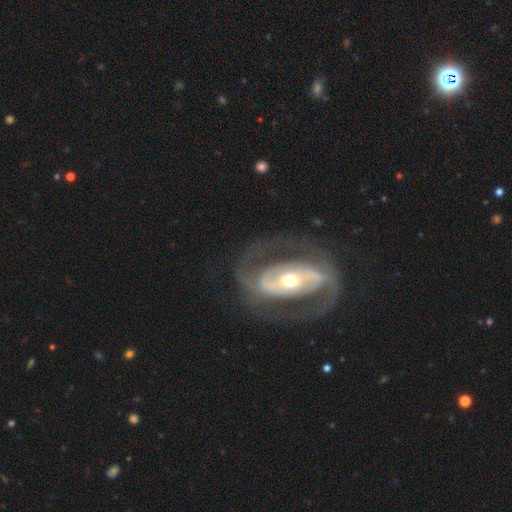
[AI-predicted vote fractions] Smooth or featured? Predicted: featured or disk (p=0.88). Edge-on disk? Predicted: no (p=0.95). Bar? Predicted: strong (p=0.57). Spiral arms? Predicted: yes (p=0.90). Spiral winding? Predicted: medium (p=0.49). Spiral arm count? Predicted: 2 (p=0.90). Bulge size? Predicted: moderate (p=0.49). Merging? Predicted: none (p=0.77).